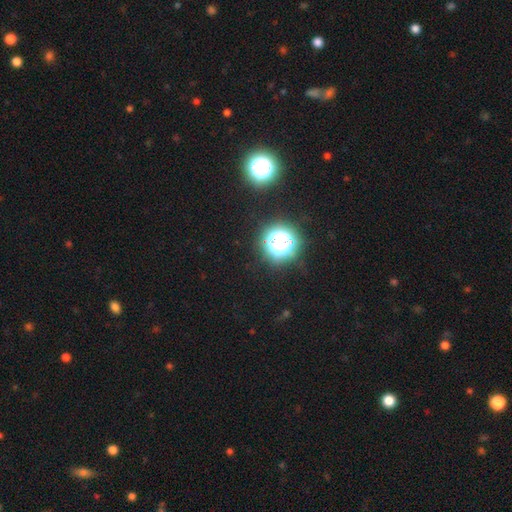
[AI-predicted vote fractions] Q: Smooth or featured?
A: star or artifact (81%); runner-up: smooth (14%)